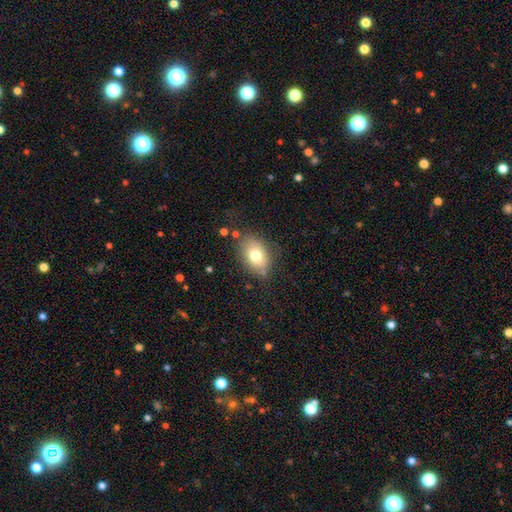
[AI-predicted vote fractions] Overall: smooth (74%). How rounded: in between (80%). Merging: none (74%).